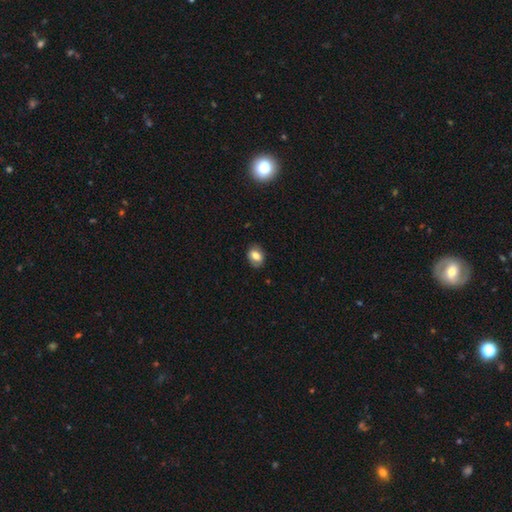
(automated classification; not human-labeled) Smooth or featured: smooth — 76% (featured or disk — 15%)
How rounded: in between — 69% (round — 30%)
Merging: none — 82% (minor disturbance — 14%)